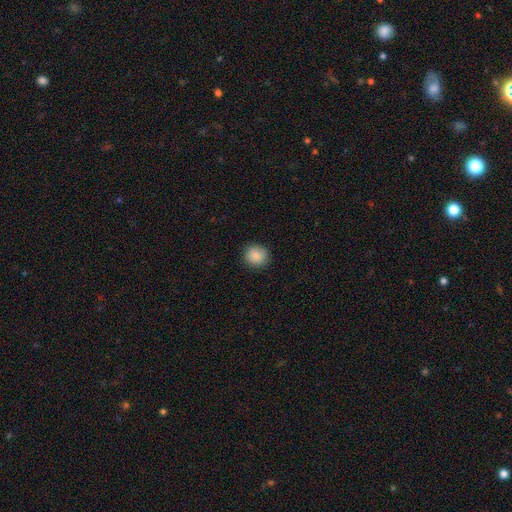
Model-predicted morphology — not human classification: Smooth or featured: smooth — 88% (star or artifact — 8%)
How rounded: round — 89% (in between — 10%)
Merging: none — 88% (minor disturbance — 9%)